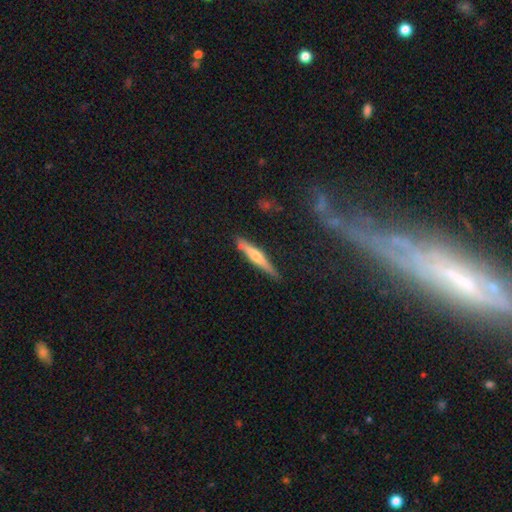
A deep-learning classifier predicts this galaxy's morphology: smooth-or-featured: featured or disk: 55% | smooth: 38% | star or artifact: 6%
  disk-edge-on: yes: 96% | no: 4%
    edge-on-bulge: rounded: 80% | none: 13% | boxy: 7%
  merging: none: 85% | minor disturbance: 11% | merger: 2% | major disturbance: 2%